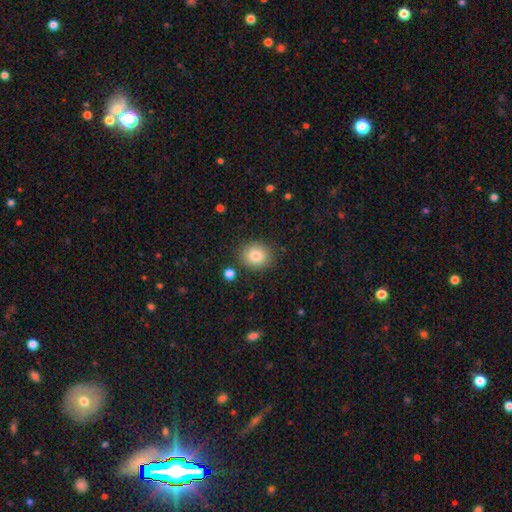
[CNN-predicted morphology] Smooth or featured? smooth (82%)
How rounded? round (67%)
Merging? none (86%)